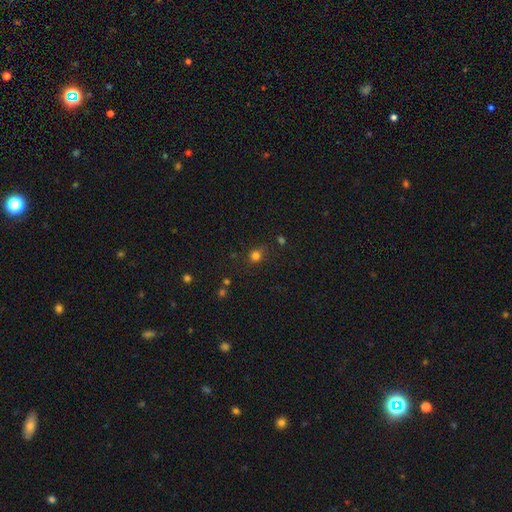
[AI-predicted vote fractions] This appears to be a smooth galaxy with no disk features (77%) that is round (77%). Merging: none (77%).